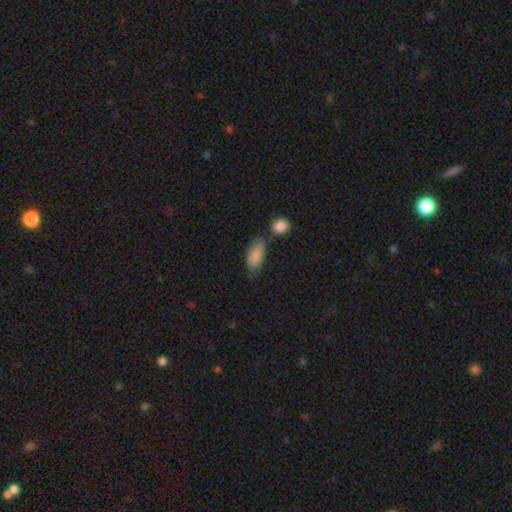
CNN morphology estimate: This is clearly a smooth galaxy (86%). How rounded: clearly in between (89%). Merging: possibly none (56%).